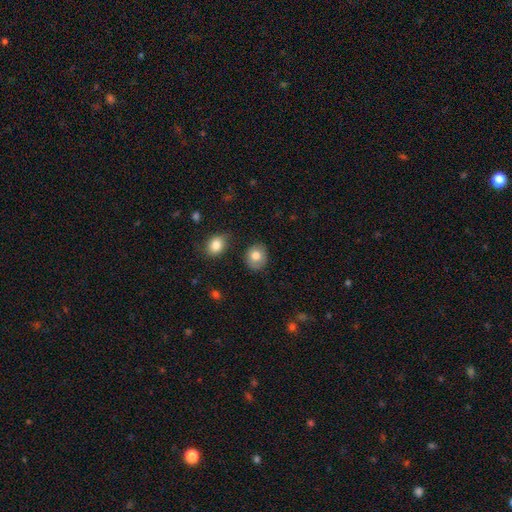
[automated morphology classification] Smooth or featured? Predicted: smooth (p=0.80). How rounded? Predicted: round (p=0.62). Merging? Predicted: none (p=0.81).